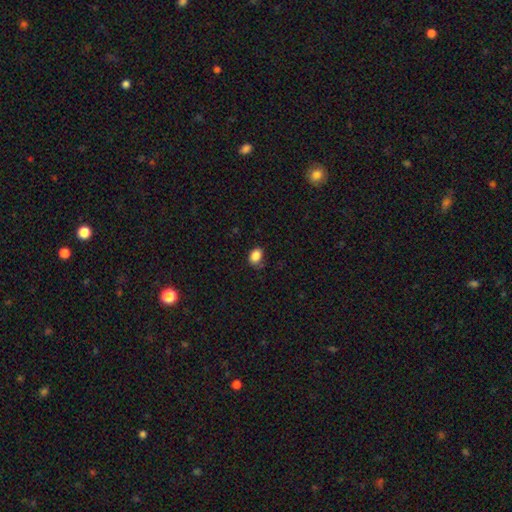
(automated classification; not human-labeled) A smooth galaxy with no disk features (86%) that is in between round and cigar-shaped (69%).

Vote fractions:
- Smooth or featured? smooth: 86% / star or artifact: 9% / featured or disk: 4%
- How rounded? in between: 69% / round: 30% / cigar-shaped: 1%
- Merging? none: 67% / minor disturbance: 25% / major disturbance: 7% / merger: 2%